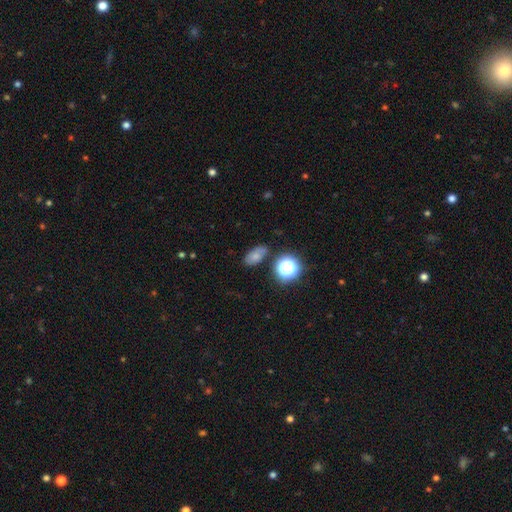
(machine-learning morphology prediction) This is likely a smooth galaxy (68%). How rounded: clearly in between (81%). Merging: likely none (74%).